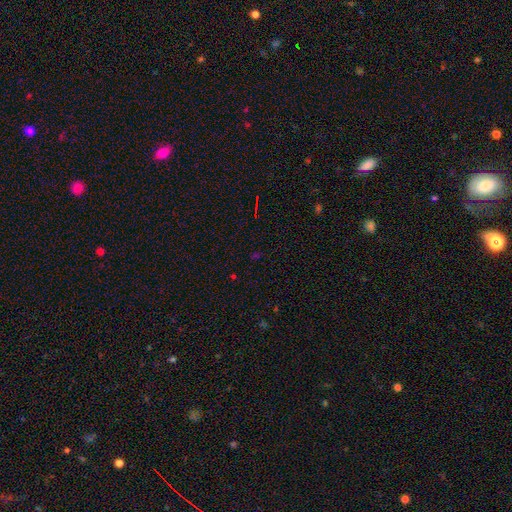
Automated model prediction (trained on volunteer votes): Q: Smooth or featured?
A: star or artifact (65%); runner-up: smooth (27%)